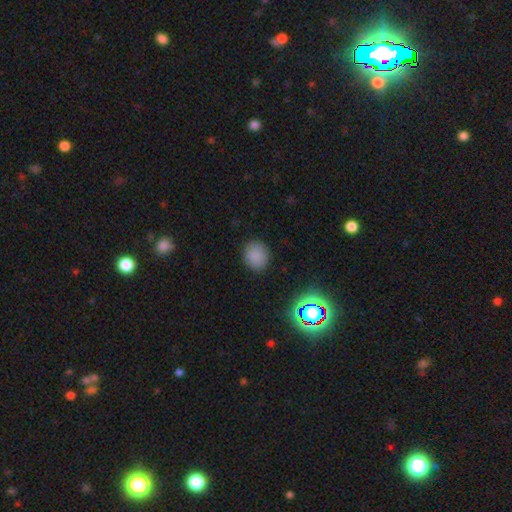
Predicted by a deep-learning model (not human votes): smooth_or_featured: smooth (p=0.83) [alt: star or artifact p=0.13]
how_rounded: round (p=0.78) [alt: in between p=0.21]
merging: none (p=0.88) [alt: minor disturbance p=0.08]